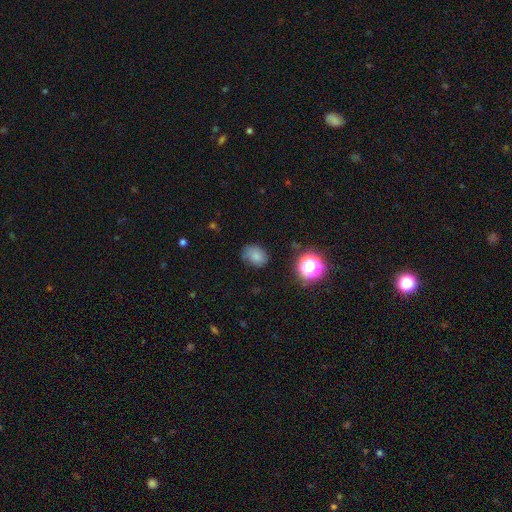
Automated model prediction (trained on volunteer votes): The model was most divided on "how rounded": in between: 60%, round: 39%, cigar-shaped: 1%. More confident: smooth or featured — smooth (76%); merging — none (72%).